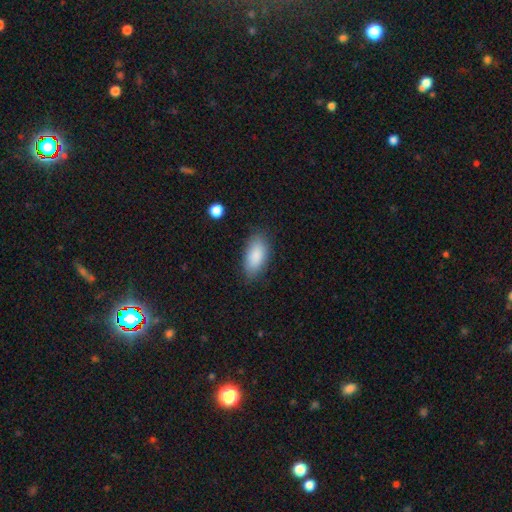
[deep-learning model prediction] The model was most divided on "merging": none: 81%, minor disturbance: 14%, major disturbance: 4%, merger: 1%. More confident: how rounded — in between (92%); smooth or featured — smooth (87%).